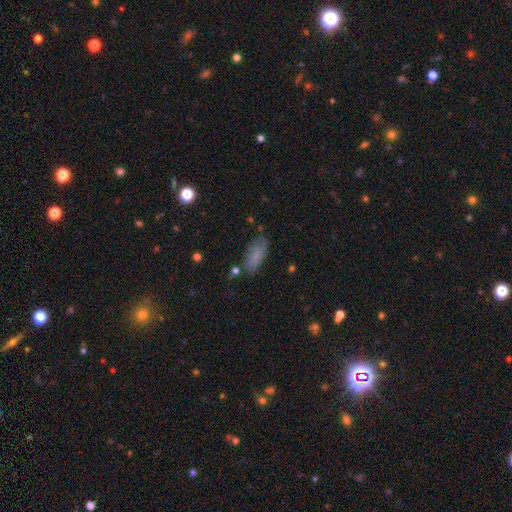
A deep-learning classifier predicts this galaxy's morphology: smooth_or_featured: smooth (p=0.76) [alt: featured or disk p=0.15]
how_rounded: in between (p=0.78) [alt: cigar-shaped p=0.19]
merging: none (p=0.65) [alt: minor disturbance p=0.24]